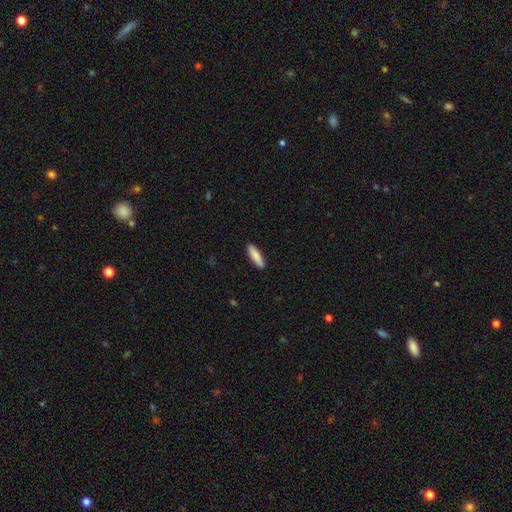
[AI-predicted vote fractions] smooth 87%, featured or disk 8%, star or artifact 6%. Down the decision tree: how rounded — cigar-shaped (67%); merging — none (90%).